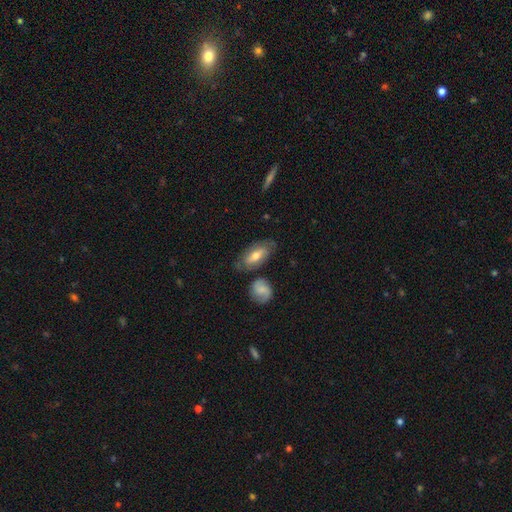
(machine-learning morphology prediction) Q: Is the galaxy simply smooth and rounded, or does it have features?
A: smooth — 55%.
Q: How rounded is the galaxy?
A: in between — 82%.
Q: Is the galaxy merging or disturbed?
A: none — 65%.